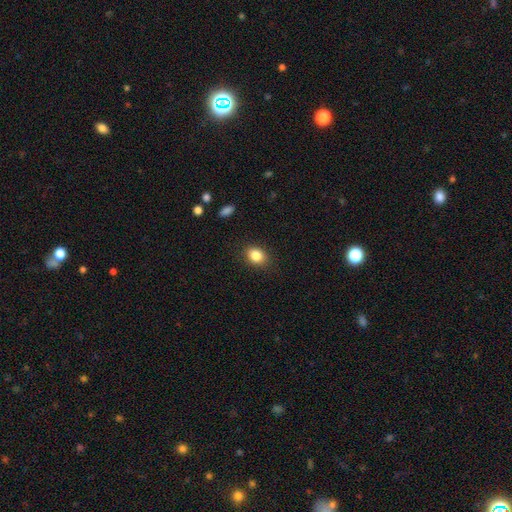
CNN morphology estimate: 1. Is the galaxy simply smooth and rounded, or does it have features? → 84% smooth, 9% star or artifact, 6% featured or disk.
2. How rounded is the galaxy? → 59% in between, 39% round, 1% cigar-shaped.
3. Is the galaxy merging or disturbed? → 86% none, 10% minor disturbance, 3% major disturbance, 1% merger.